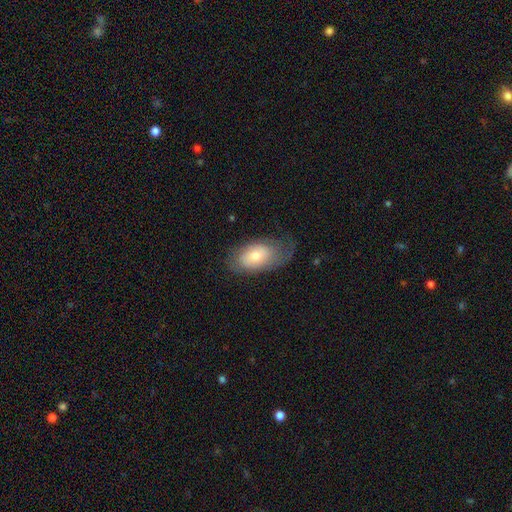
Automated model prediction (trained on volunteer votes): Smooth or featured? Predicted: smooth (p=0.56). How rounded? Predicted: in between (p=0.90). Merging? Predicted: none (p=0.53).